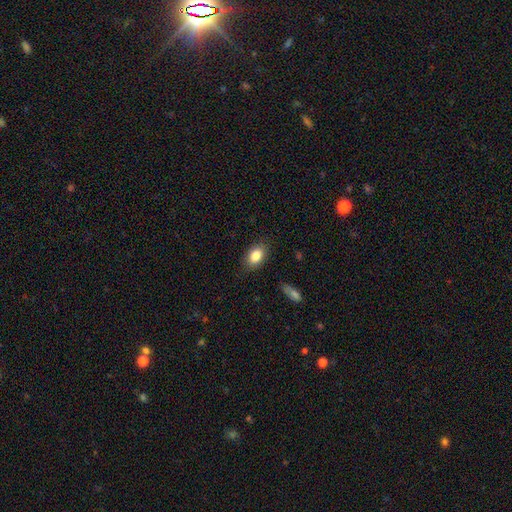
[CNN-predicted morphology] This is clearly a smooth galaxy (84%). How rounded: clearly in between (86%). Merging: clearly none (84%).